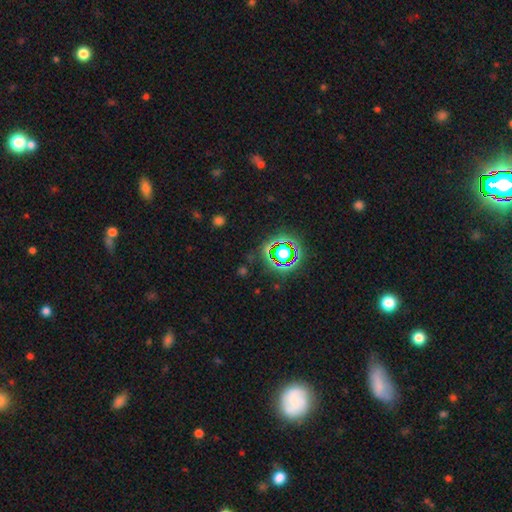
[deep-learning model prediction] smooth-or-featured: star or artifact: 71% | smooth: 18% | featured or disk: 11%